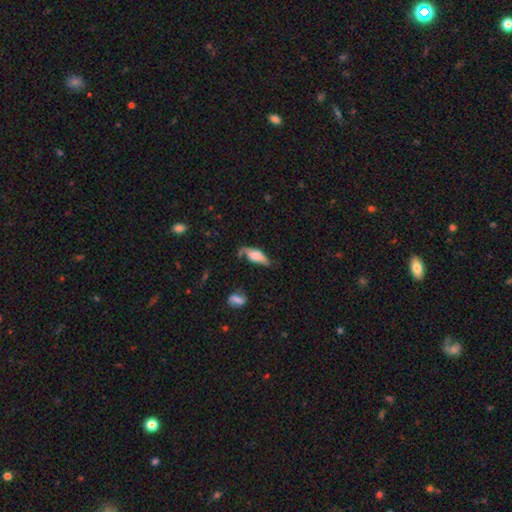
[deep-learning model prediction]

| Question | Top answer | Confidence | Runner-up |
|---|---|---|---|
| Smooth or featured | smooth | 57% | featured or disk (36%) |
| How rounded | in between | 69% | cigar-shaped (28%) |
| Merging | none | 48% | minor disturbance (34%) |